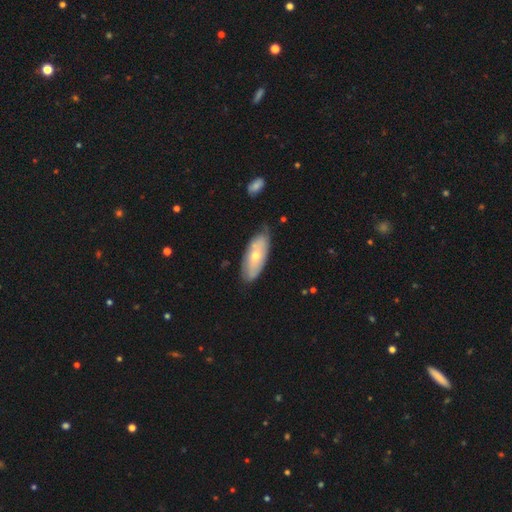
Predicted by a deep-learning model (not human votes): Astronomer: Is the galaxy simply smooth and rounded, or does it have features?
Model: featured or disk — 49% (runner-up: smooth, 45%).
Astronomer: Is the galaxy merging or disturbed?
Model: none — 74%.